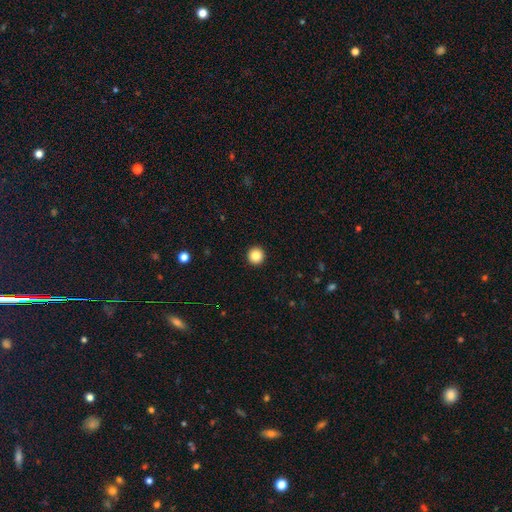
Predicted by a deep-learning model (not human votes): Smooth or featured: smooth — 85% (star or artifact — 10%)
How rounded: round — 96% (in between — 3%)
Merging: none — 94% (minor disturbance — 3%)